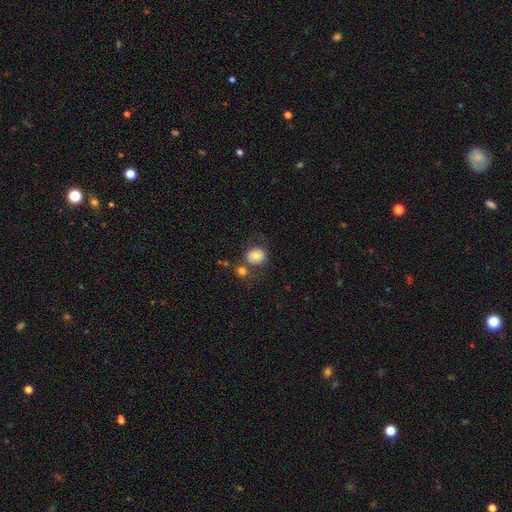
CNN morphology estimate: Smooth or featured?
  - smooth: 78% *
  - featured or disk: 12%
  - star or artifact: 10%
How rounded?
  - round: 73% *
  - in between: 26%
  - cigar-shaped: 1%
Merging?
  - none: 59% *
  - merger: 21%
  - minor disturbance: 13%
  - major disturbance: 7%